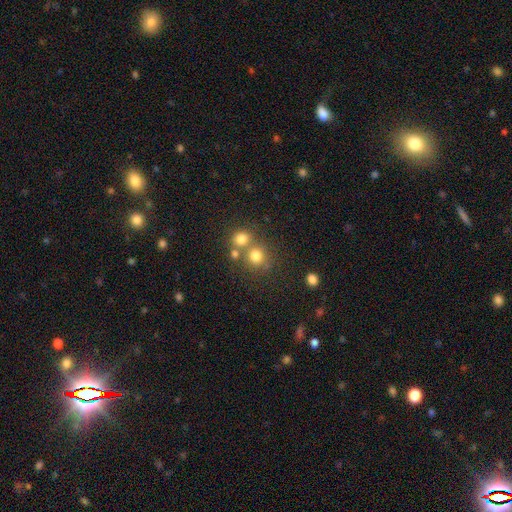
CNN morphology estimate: Smooth or featured?
  - smooth: 75% *
  - star or artifact: 15%
  - featured or disk: 10%
How rounded?
  - round: 88% *
  - in between: 11%
  - cigar-shaped: 1%
Merging?
  - none: 58% *
  - merger: 29%
  - minor disturbance: 8%
  - major disturbance: 4%